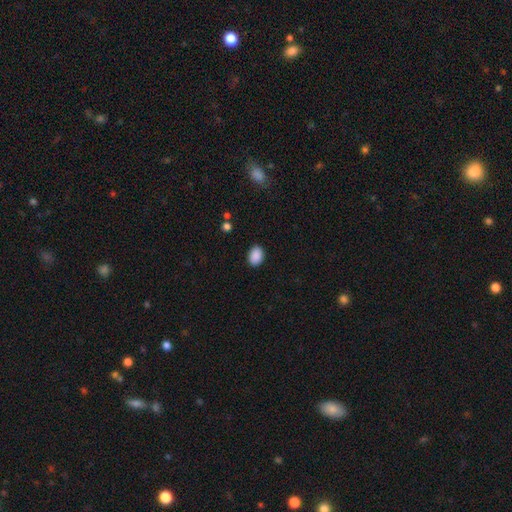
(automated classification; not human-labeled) This is clearly a smooth galaxy (89%). How rounded: likely in between (78%). Merging: clearly none (87%).